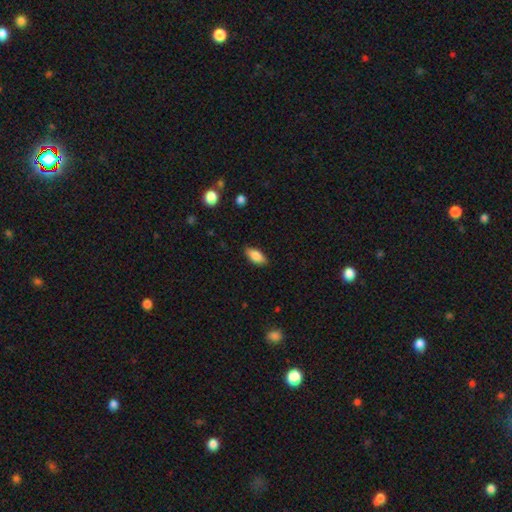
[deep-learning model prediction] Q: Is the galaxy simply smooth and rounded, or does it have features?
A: smooth — 85%.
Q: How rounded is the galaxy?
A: in between — 88%.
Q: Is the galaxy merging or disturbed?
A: none — 85%.